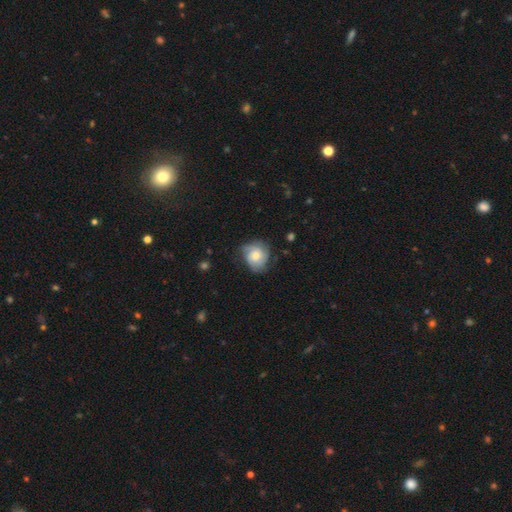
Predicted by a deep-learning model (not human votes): Smooth or featured: featured or disk — 55% (smooth — 38%)
Edge-on disk: no — 97% (yes — 3%)
Bar: no — 74% (weak — 22%)
Spiral arms: yes — 87% (no — 13%)
Bulge size: moderate — 57% (small — 32%)
Merging: none — 61% (minor disturbance — 27%)